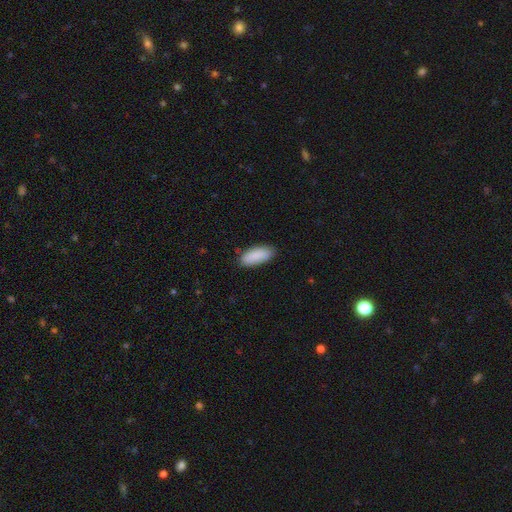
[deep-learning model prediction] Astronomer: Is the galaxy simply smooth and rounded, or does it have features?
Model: smooth — 90%.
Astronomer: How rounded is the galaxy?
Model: in between — 84%.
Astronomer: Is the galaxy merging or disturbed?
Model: none — 83%.